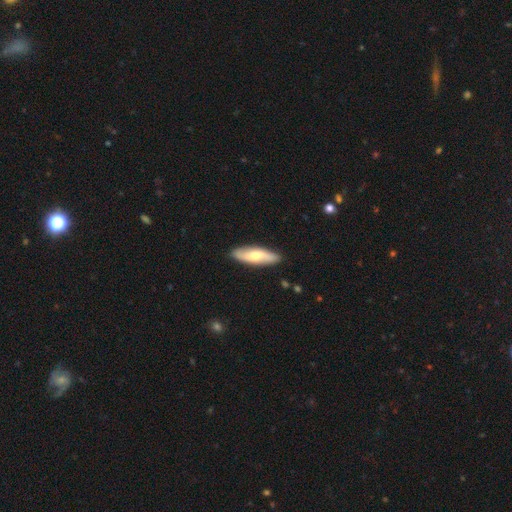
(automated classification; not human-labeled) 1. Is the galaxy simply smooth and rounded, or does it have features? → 54% smooth, 41% featured or disk, 5% star or artifact.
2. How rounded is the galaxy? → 49% cigar-shaped (tied), 49% in between (tied), 2% round.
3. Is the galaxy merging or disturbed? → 87% none, 10% minor disturbance, 2% major disturbance, 1% merger.